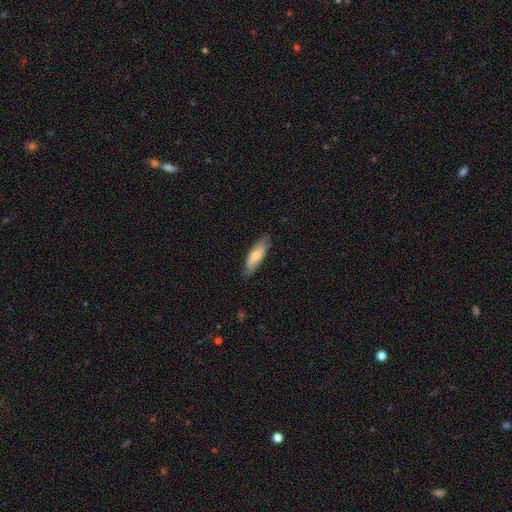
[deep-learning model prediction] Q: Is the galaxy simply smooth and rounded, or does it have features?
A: smooth — 66%.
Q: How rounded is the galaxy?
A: in between — 54%.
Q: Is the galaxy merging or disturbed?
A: none — 80%.